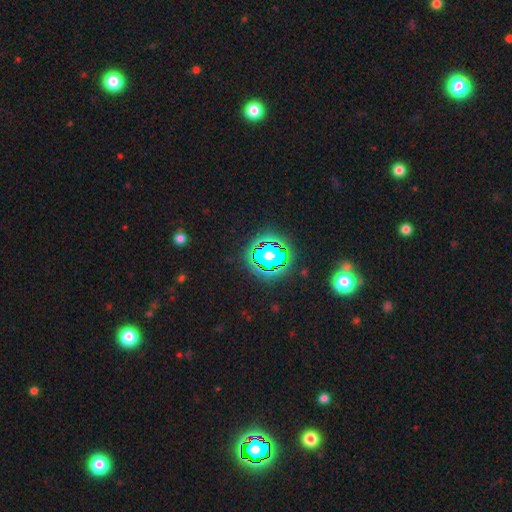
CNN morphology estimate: Smooth or featured? Predicted: star or artifact (p=0.80).